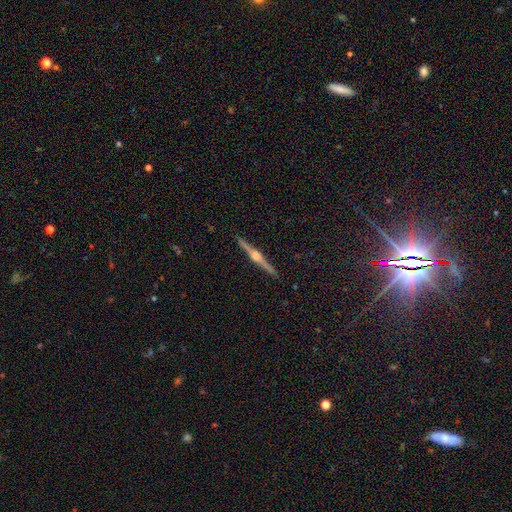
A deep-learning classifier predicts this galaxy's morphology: A featured or disk galaxy (86%) viewed edge-on (99%) with a rounded central bulge (93%). Merging: none (93%).